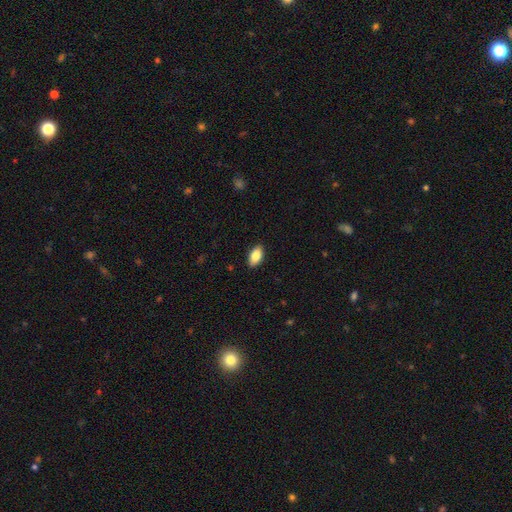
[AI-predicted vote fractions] Smooth or featured?
  - smooth: 84% *
  - featured or disk: 9%
  - star or artifact: 7%
How rounded?
  - in between: 92% *
  - cigar-shaped: 5%
  - round: 3%
Merging?
  - none: 89% *
  - minor disturbance: 8%
  - major disturbance: 2%
  - merger: 1%